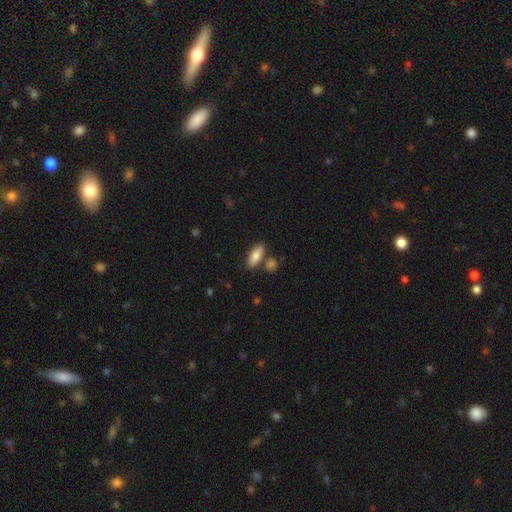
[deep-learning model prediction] This is clearly a smooth galaxy (81%). How rounded: likely in between (78%). Merging: likely none (74%).